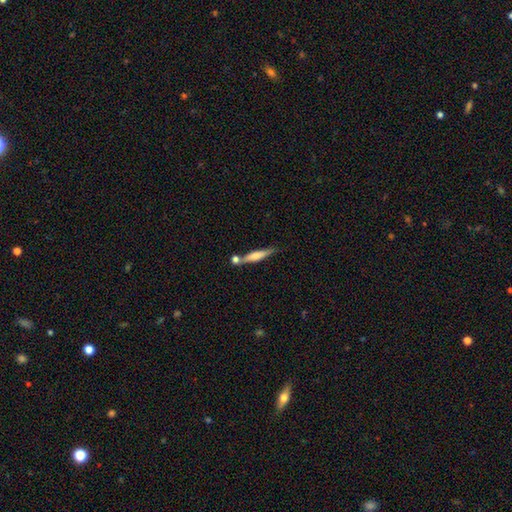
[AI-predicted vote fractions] smooth 50%, featured or disk 43%, star or artifact 7%. Down the decision tree: how rounded — cigar-shaped (87%); merging — none (64%).